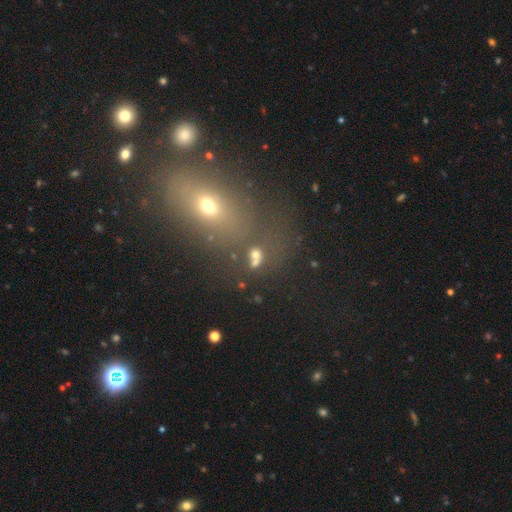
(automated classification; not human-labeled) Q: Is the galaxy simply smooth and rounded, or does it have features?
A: smooth — 49%.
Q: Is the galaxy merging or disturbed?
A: none — 57%.